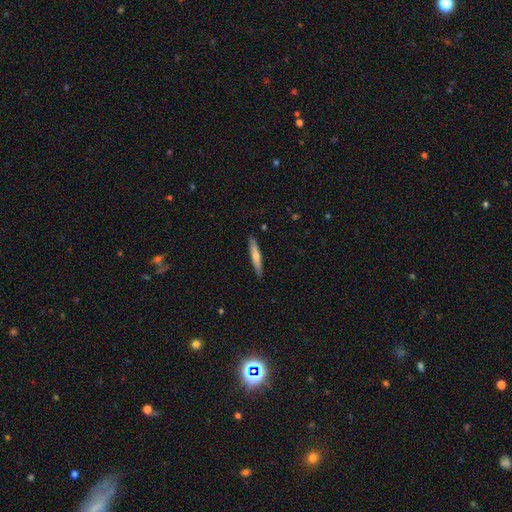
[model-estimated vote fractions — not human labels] smooth-or-featured: smooth: 58% | featured or disk: 36% | star or artifact: 6%
  how-rounded: cigar-shaped: 93% | in between: 6% | round: 1%
  merging: none: 90% | minor disturbance: 7% | major disturbance: 1% | merger: 1%